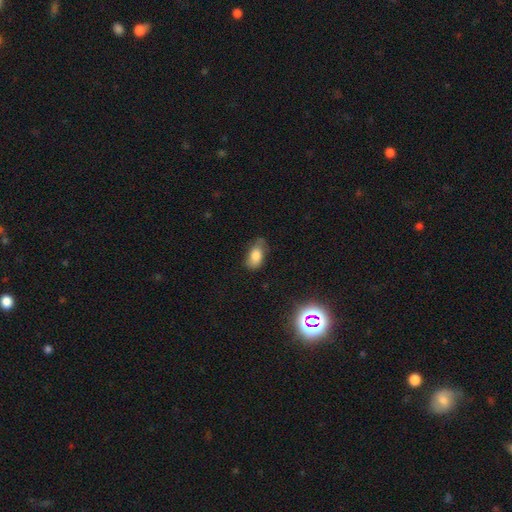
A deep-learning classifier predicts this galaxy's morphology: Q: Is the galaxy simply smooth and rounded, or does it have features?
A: smooth — 77%.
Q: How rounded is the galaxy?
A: in between — 90%.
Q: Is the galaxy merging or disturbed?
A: none — 59%.